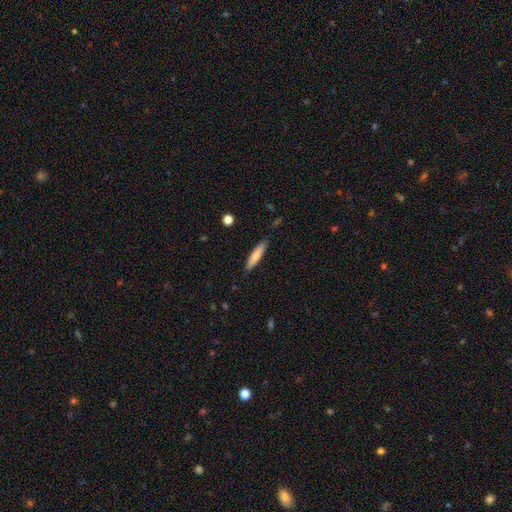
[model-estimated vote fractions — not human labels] Smooth or featured: smooth — 75% (featured or disk — 19%)
How rounded: cigar-shaped — 84% (in between — 14%)
Merging: none — 87% (minor disturbance — 10%)